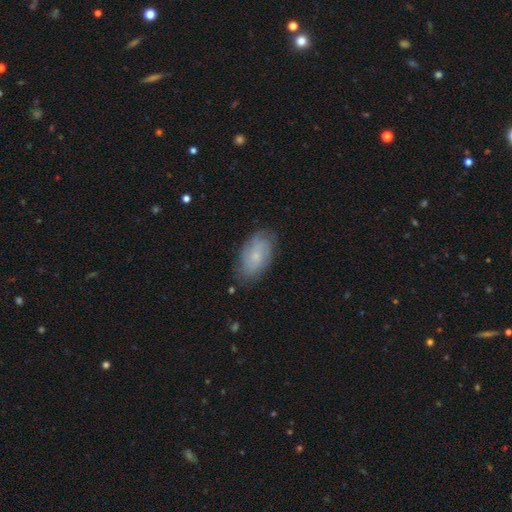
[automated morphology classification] This is possibly a smooth galaxy (50%). How rounded: clearly in between (92%). Merging: likely none (77%).